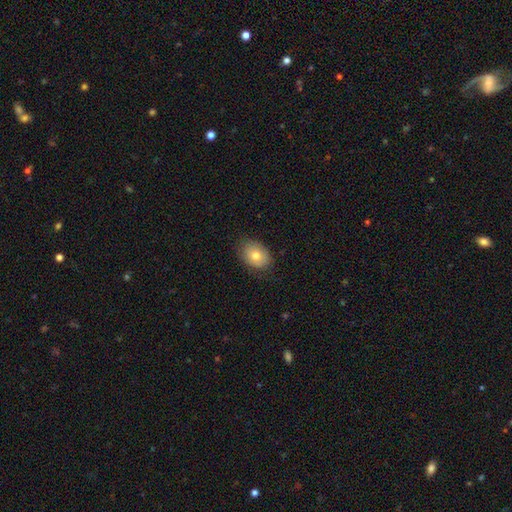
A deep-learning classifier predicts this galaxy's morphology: Smooth or featured?
  - smooth: 74% *
  - featured or disk: 17%
  - star or artifact: 8%
How rounded?
  - in between: 68% *
  - round: 31%
  - cigar-shaped: 1%
Merging?
  - none: 77% *
  - minor disturbance: 18%
  - major disturbance: 4%
  - merger: 1%